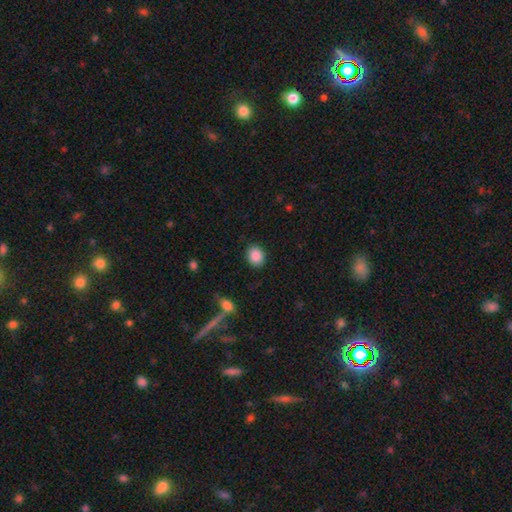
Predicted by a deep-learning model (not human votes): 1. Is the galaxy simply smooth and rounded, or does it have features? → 88% smooth, 8% star or artifact, 4% featured or disk.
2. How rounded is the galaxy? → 59% round, 39% in between, 1% cigar-shaped.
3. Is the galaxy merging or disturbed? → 88% none, 8% minor disturbance, 3% major disturbance, 1% merger.